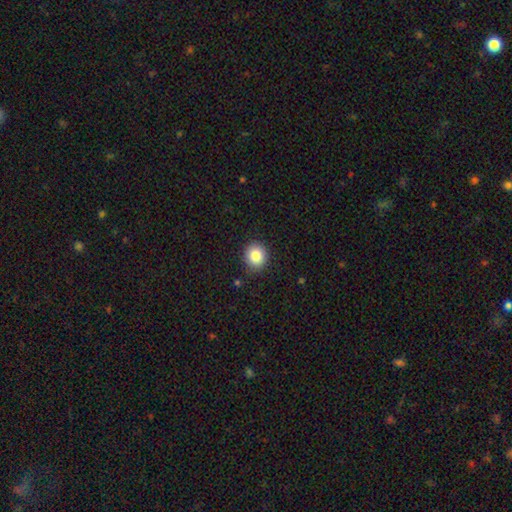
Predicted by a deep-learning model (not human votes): smooth-or-featured: smooth: 85% | star or artifact: 9% | featured or disk: 5%
  how-rounded: round: 84% | in between: 15% | cigar-shaped: 1%
  merging: none: 88% | minor disturbance: 9% | major disturbance: 2% | merger: 1%